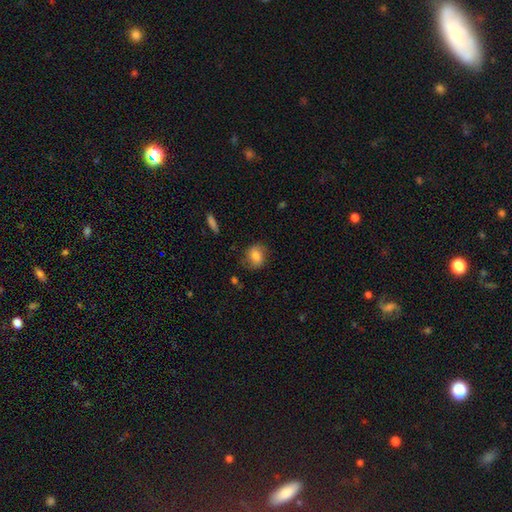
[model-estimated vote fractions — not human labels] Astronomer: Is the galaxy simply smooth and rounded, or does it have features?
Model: smooth — 74%.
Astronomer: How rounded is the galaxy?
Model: round — 60% (runner-up: in between, 38%).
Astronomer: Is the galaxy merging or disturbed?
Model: none — 73%.